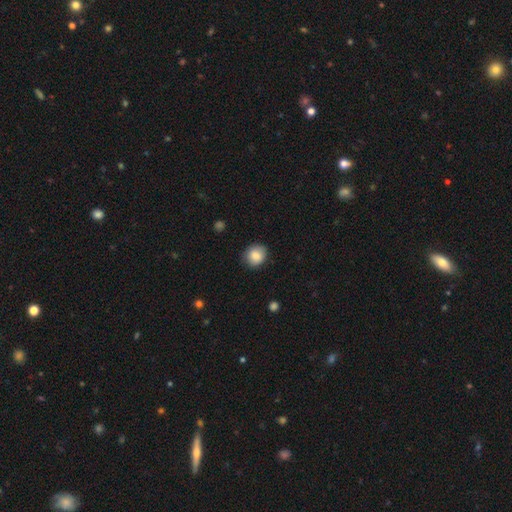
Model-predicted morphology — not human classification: The model was most divided on "how rounded": round: 76%, in between: 23%, cigar-shaped: 1%. More confident: smooth or featured — smooth (86%); merging — none (84%).